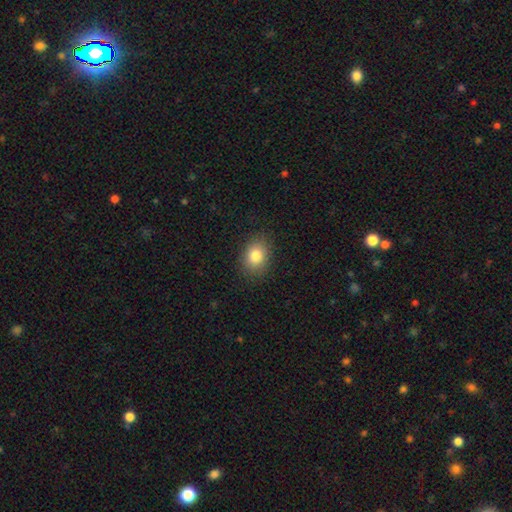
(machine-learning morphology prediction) Q: Smooth or featured?
A: smooth (82%); runner-up: star or artifact (10%)
Q: How rounded?
A: in between (66%); runner-up: round (33%)
Q: Merging?
A: none (86%); runner-up: minor disturbance (10%)